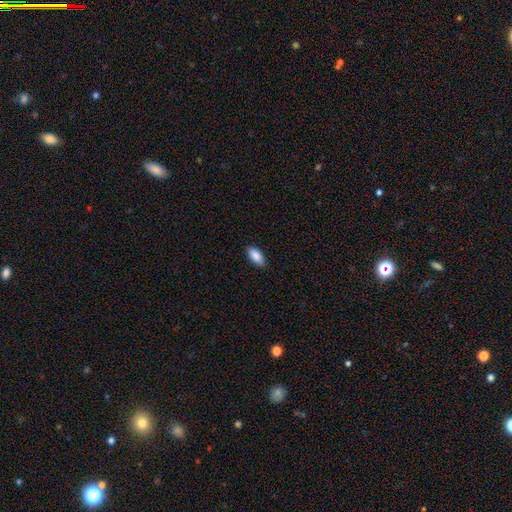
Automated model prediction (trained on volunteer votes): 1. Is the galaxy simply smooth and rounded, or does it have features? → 89% smooth, 6% star or artifact, 5% featured or disk.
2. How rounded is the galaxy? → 90% in between, 8% cigar-shaped, 2% round.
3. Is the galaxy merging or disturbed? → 86% none, 11% minor disturbance, 2% major disturbance, 1% merger.